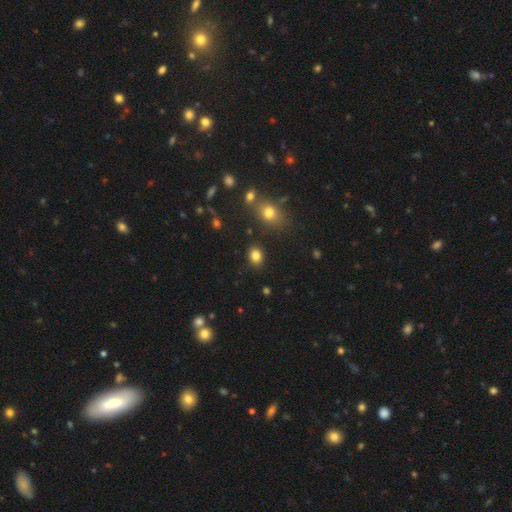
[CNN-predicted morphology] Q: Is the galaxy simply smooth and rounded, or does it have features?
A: smooth — 83%.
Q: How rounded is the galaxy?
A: in between — 58%.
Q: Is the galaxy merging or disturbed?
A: none — 86%.